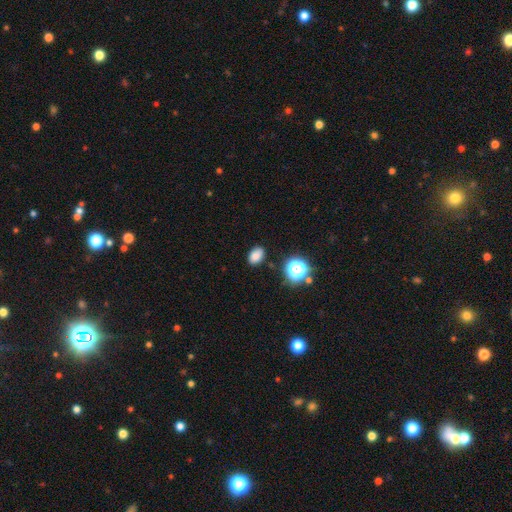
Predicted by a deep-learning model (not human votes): This is clearly a smooth galaxy (81%). How rounded: likely in between (79%). Merging: clearly none (85%).